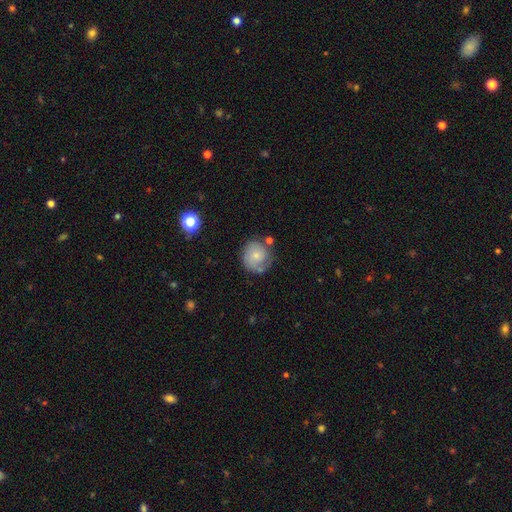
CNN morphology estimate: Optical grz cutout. It shows a smooth galaxy with no disk features (53%) that is round (88%). Merging: none (63%).